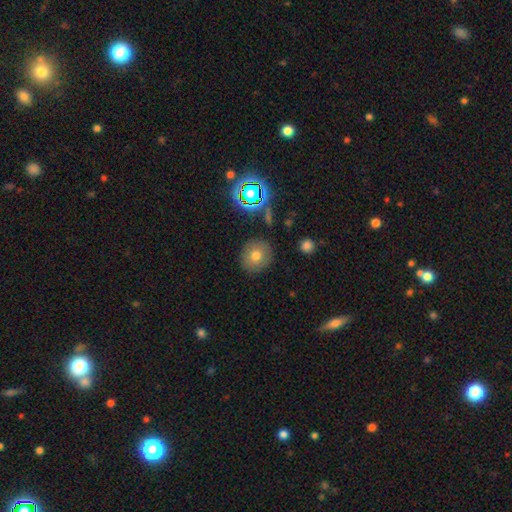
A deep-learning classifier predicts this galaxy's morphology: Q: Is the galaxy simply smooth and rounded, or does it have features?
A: smooth — 71%.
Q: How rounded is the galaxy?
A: round — 84%.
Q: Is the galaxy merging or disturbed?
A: none — 85%.